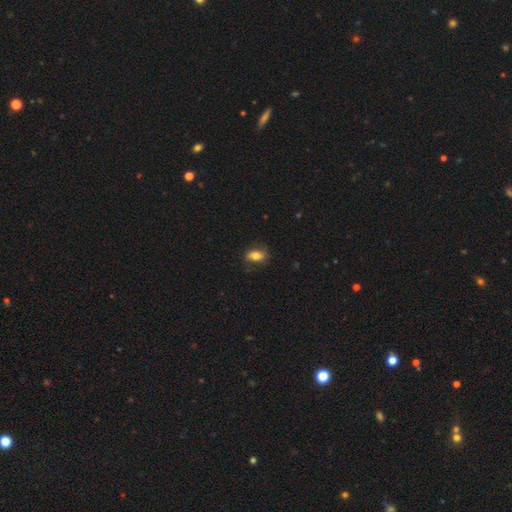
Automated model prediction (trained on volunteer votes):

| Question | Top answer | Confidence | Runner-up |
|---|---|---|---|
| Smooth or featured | smooth | 75% | featured or disk (17%) |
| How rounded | in between | 83% | round (12%) |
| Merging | none | 73% | minor disturbance (20%) |